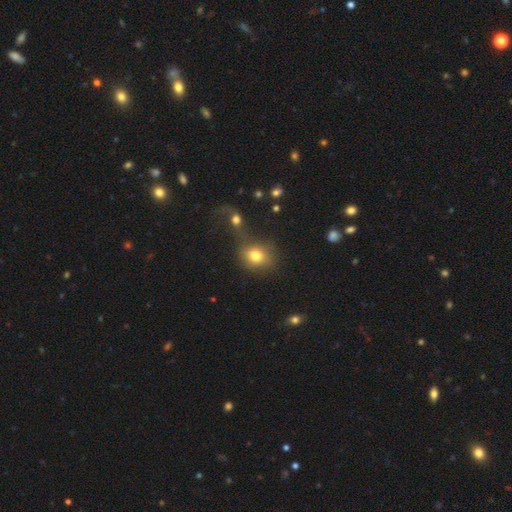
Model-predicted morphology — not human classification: Overall: smooth (77%). How rounded: round (65%; in between 33%). Merging: none (44%; merger 34%).